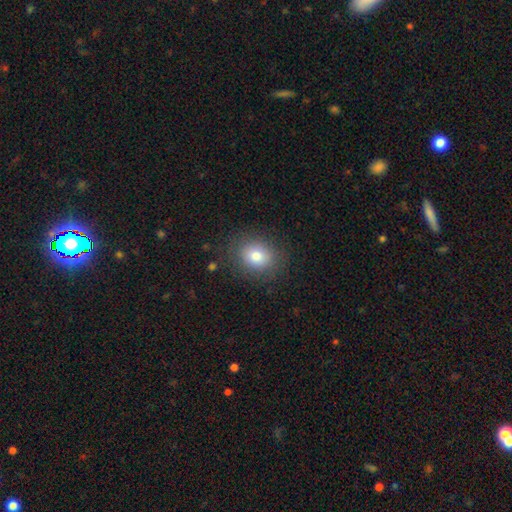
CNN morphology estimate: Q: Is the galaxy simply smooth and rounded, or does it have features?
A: smooth — 80%.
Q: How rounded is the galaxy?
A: round — 59%.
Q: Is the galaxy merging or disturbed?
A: none — 85%.